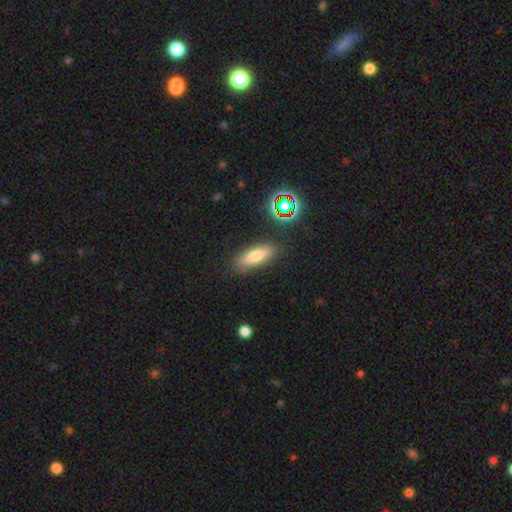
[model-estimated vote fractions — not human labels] A smooth galaxy with no disk features (70%) that is in between round and cigar-shaped (58%).

Vote fractions:
- Smooth or featured? smooth: 70% / featured or disk: 18% / star or artifact: 12%
- How rounded? in between: 58% / cigar-shaped: 38% / round: 4%
- Merging? none: 85% / minor disturbance: 10% / major disturbance: 3% / merger: 2%